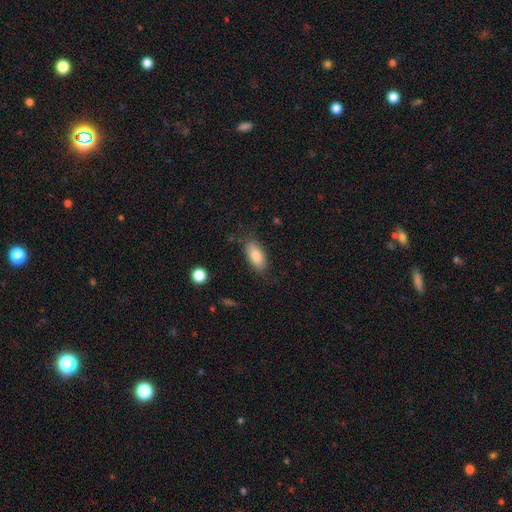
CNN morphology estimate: A smooth galaxy with no disk features (83%) that is in between round and cigar-shaped (87%).

Vote fractions:
- Smooth or featured? smooth: 83% / featured or disk: 11% / star or artifact: 7%
- How rounded? in between: 87% / cigar-shaped: 10% / round: 3%
- Merging? none: 79% / minor disturbance: 16% / major disturbance: 4% / merger: 2%